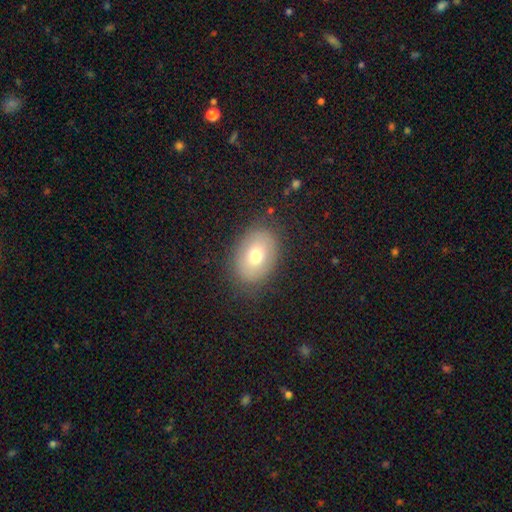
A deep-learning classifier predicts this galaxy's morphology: This is likely a smooth galaxy (69%). How rounded: likely in between (76%). Merging: clearly none (82%).